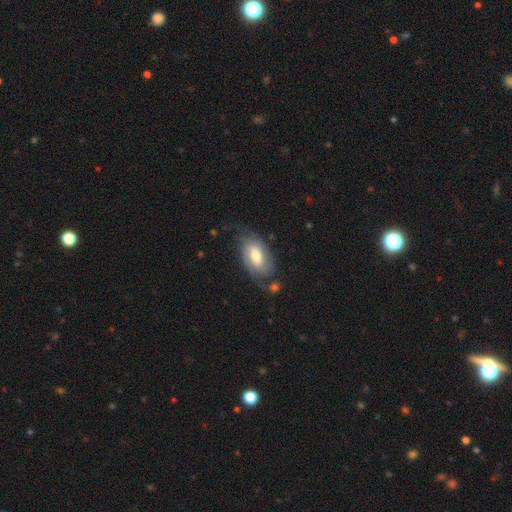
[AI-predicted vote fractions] A featured or disk galaxy (60%) with a weak bar (47%), spiral arms (85%) and a moderate central bulge (62%).

Vote fractions:
- Smooth or featured? featured or disk: 60% / smooth: 33% / star or artifact: 6%
- Edge-on disk? no: 93% / yes: 7%
- Bar? weak: 47% / no: 38% / strong: 15%
- Spiral arms? yes: 85% / no: 15%
- Bulge size? moderate: 62% / large: 20% / small: 14% / none: 2% / dominant: 2%
- Merging? none: 58% / minor disturbance: 25% / major disturbance: 13% / merger: 4%